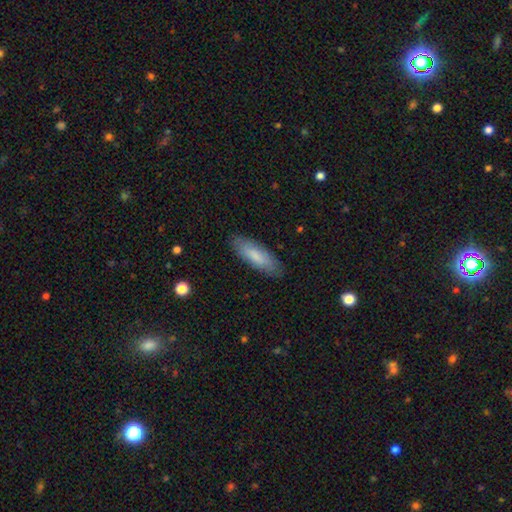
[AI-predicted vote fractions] Q: Smooth or featured?
A: smooth (76%); runner-up: featured or disk (18%)
Q: How rounded?
A: in between (54%); runner-up: cigar-shaped (45%)
Q: Merging?
A: none (85%); runner-up: minor disturbance (11%)